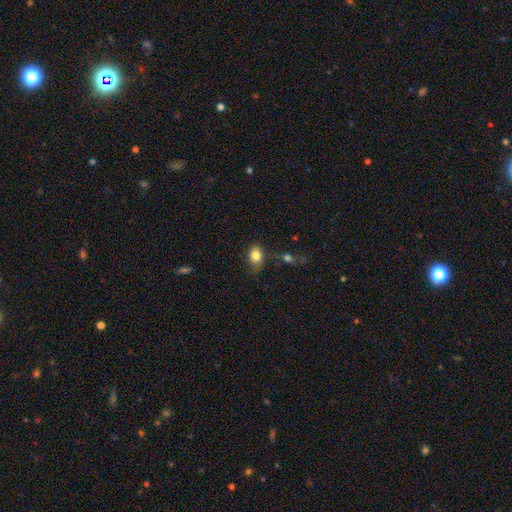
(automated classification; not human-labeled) Smooth or featured?
  - smooth: 83% *
  - star or artifact: 9%
  - featured or disk: 8%
How rounded?
  - in between: 70% *
  - round: 28%
  - cigar-shaped: 1%
Merging?
  - none: 67% *
  - minor disturbance: 23%
  - major disturbance: 6%
  - merger: 4%